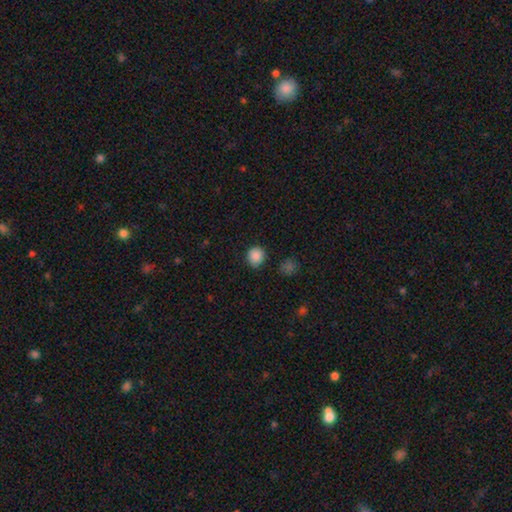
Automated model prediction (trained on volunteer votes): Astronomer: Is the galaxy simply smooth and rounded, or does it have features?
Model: smooth — 87%.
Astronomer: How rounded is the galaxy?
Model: round — 89%.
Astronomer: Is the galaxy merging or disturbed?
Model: none — 84%.